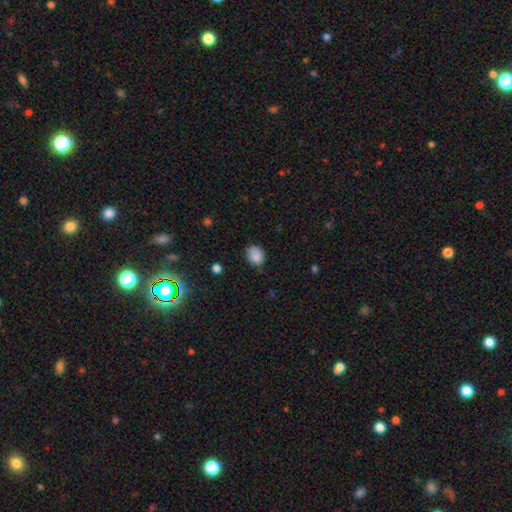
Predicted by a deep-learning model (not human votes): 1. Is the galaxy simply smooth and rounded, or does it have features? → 85% smooth, 10% star or artifact, 5% featured or disk.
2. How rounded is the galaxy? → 54% in between, 46% round, 1% cigar-shaped.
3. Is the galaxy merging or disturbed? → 69% none, 25% minor disturbance, 4% major disturbance, 2% merger.